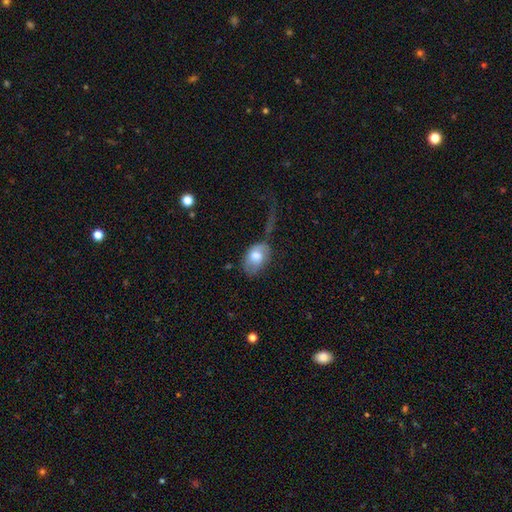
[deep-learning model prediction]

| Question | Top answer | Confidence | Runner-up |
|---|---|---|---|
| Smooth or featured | smooth | 70% | featured or disk (23%) |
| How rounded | in between | 83% | round (16%) |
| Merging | none | 38% | minor disturbance (28%) |